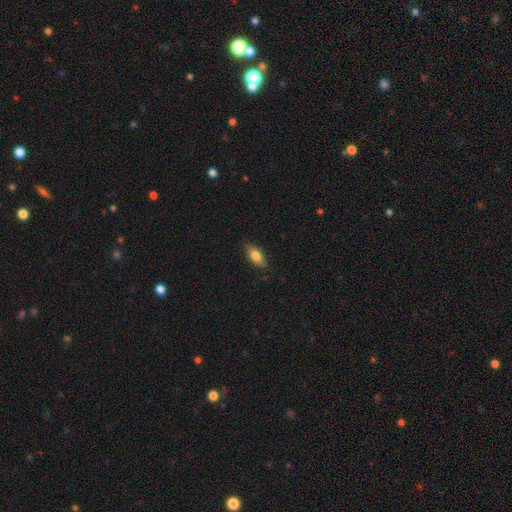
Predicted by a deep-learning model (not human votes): A smooth galaxy with no disk features (78%) that is in between round and cigar-shaped (83%).

Vote fractions:
- Smooth or featured? smooth: 78% / featured or disk: 15% / star or artifact: 7%
- How rounded? in between: 83% / cigar-shaped: 14% / round: 3%
- Merging? none: 83% / minor disturbance: 14% / major disturbance: 2% / merger: 1%